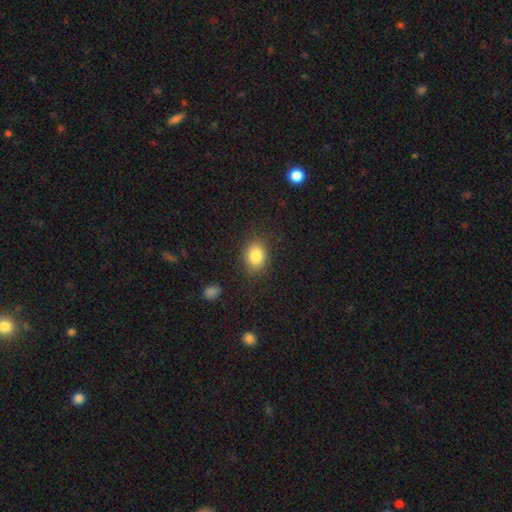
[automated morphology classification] Smooth or featured?
  - smooth: 83% *
  - star or artifact: 9%
  - featured or disk: 8%
How rounded?
  - in between: 64% *
  - round: 35%
  - cigar-shaped: 1%
Merging?
  - none: 83% *
  - minor disturbance: 12%
  - major disturbance: 4%
  - merger: 1%